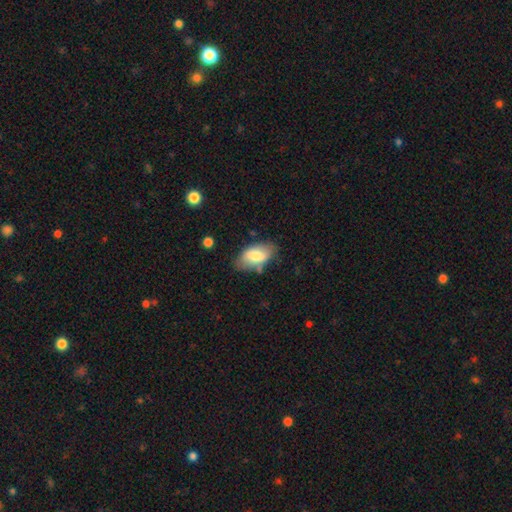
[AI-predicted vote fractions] Smooth or featured: smooth — 72% (featured or disk — 22%)
How rounded: in between — 94% (round — 4%)
Merging: none — 70% (minor disturbance — 21%)